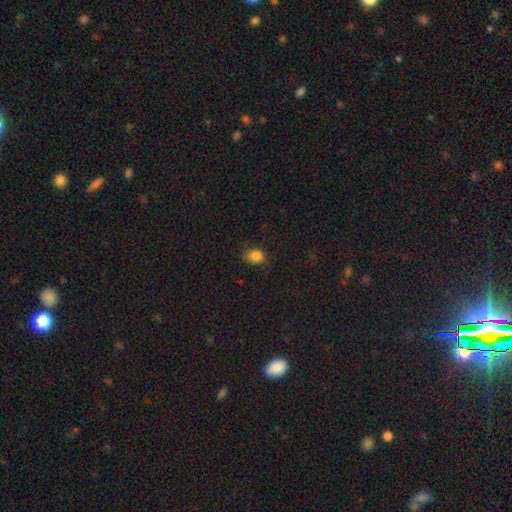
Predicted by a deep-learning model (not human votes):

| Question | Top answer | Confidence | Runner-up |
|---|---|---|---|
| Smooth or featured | smooth | 84% | star or artifact (11%) |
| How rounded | in between | 52% | round (47%) |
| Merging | none | 70% | minor disturbance (22%) |